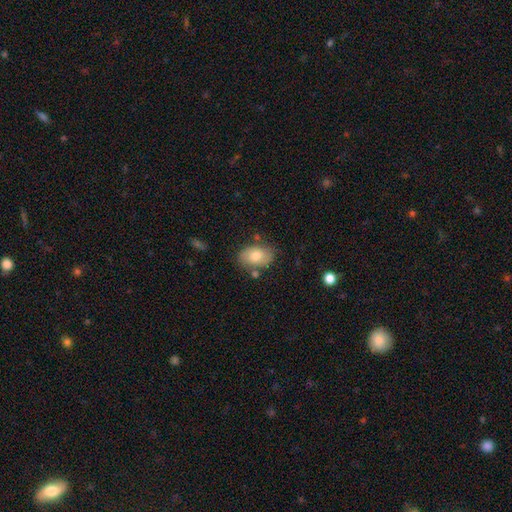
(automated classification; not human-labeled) This is likely a smooth galaxy (71%). How rounded: clearly in between (86%). Merging: likely none (73%).